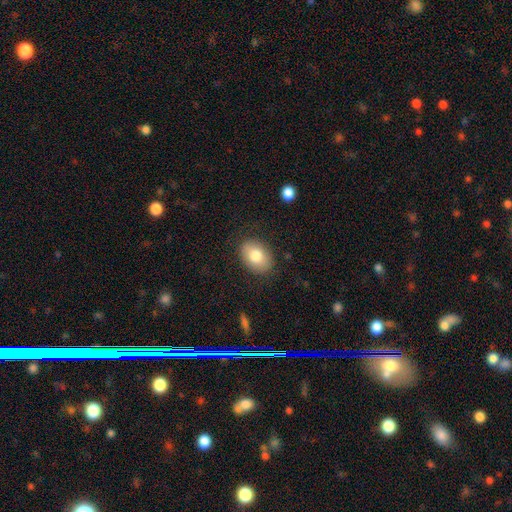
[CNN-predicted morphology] smooth 79%, featured or disk 13%, star or artifact 8%. Down the decision tree: how rounded — in between (74%); merging — none (85%).